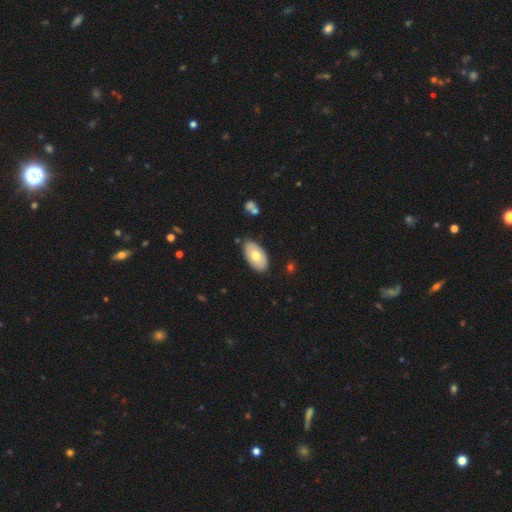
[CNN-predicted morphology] smooth-or-featured: smooth: 64% | featured or disk: 30% | star or artifact: 5%
  how-rounded: in between: 95% | round: 4% | cigar-shaped: 2%
  merging: none: 84% | minor disturbance: 12% | major disturbance: 2% | merger: 2%